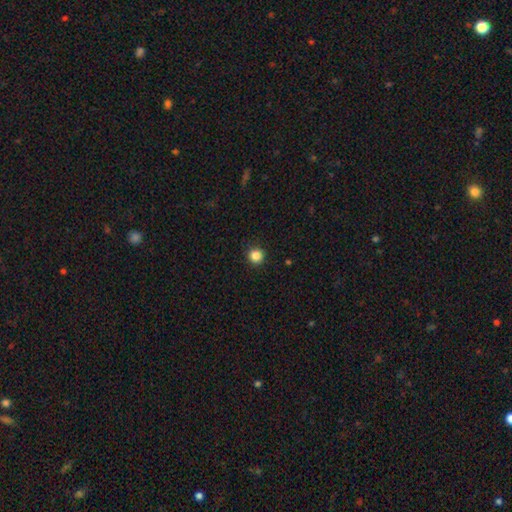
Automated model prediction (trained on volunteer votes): smooth 85%, star or artifact 11%, featured or disk 3%. Down the decision tree: how rounded — round (95%); merging — none (91%).